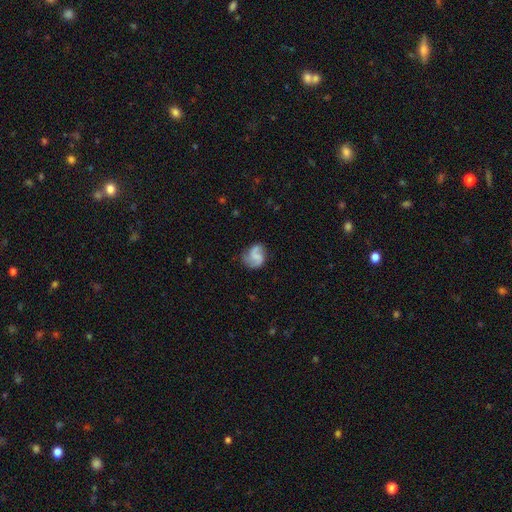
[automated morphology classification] A featured or disk galaxy (60%) with no bar (50%), 2 (78%) loose (47%) spiral arms (90%) and no central bulge (51%). Merging: none (64%).